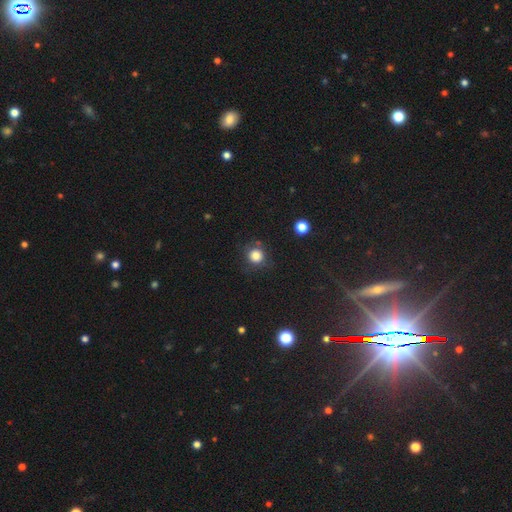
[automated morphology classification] This is clearly a smooth galaxy (81%). How rounded: clearly round (90%). Merging: likely none (77%).